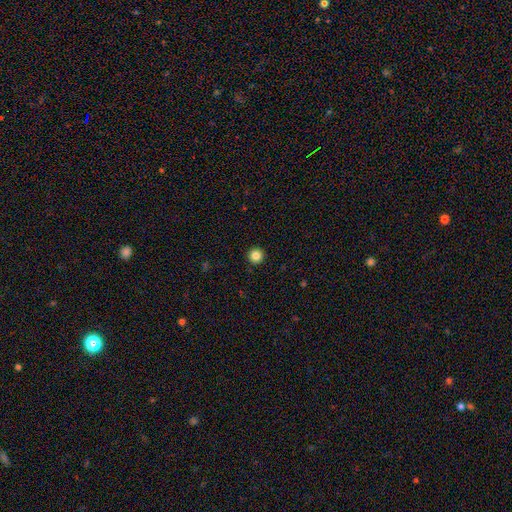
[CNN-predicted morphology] The model was most divided on "smooth or featured": smooth: 85%, star or artifact: 11%, featured or disk: 4%. More confident: how rounded — round (96%); merging — none (94%).